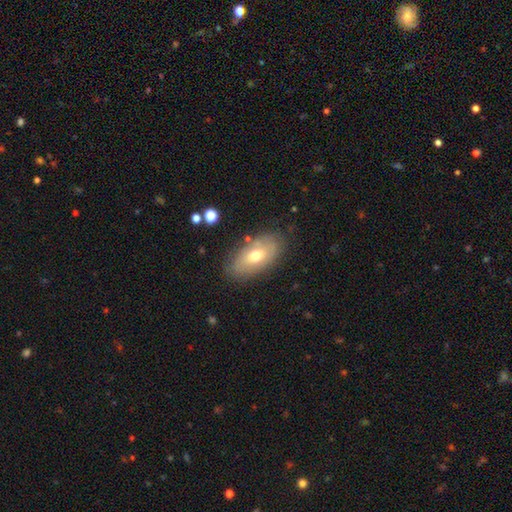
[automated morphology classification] This is possibly a smooth galaxy (57%). How rounded: clearly in between (91%). Merging: likely none (79%).